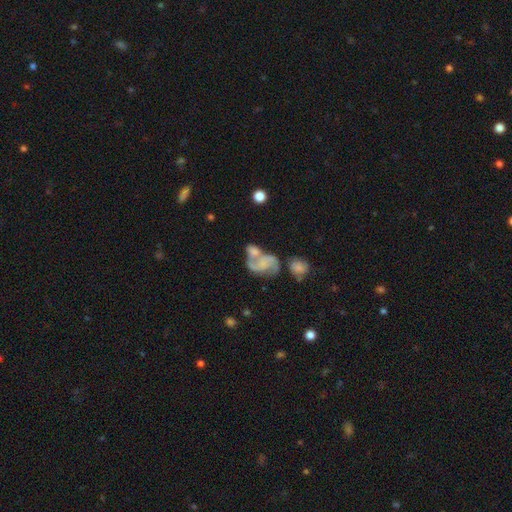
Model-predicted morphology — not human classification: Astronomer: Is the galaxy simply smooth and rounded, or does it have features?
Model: featured or disk — 59%.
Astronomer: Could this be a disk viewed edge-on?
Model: no — 97%.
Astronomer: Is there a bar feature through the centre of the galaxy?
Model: no — 69%.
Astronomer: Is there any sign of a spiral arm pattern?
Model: yes — 74%.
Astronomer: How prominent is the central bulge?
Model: none — 56%.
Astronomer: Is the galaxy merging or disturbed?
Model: merger — 50%.